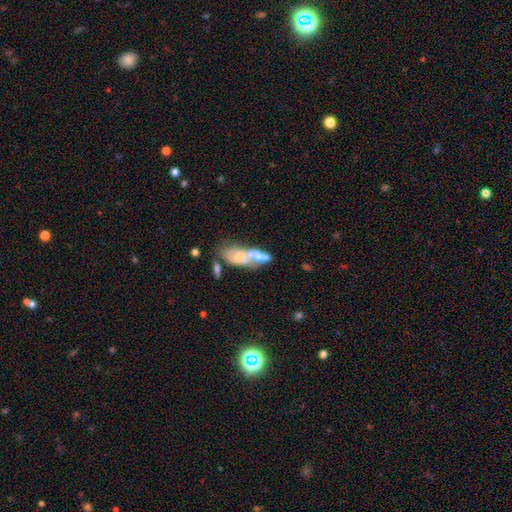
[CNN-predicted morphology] featured or disk 52%, smooth 39%, star or artifact 10%. Down the decision tree: edge-on disk — no (91%); merging — merger (52%).